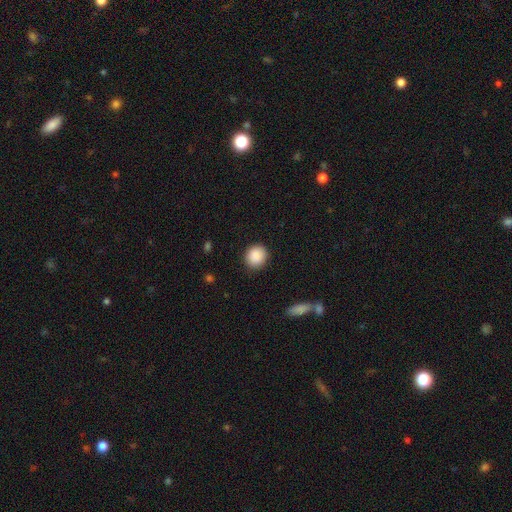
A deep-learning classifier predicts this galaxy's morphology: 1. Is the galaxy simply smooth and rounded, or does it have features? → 89% smooth, 8% star or artifact, 3% featured or disk.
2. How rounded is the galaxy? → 83% round, 16% in between, 1% cigar-shaped.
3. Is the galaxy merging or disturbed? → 89% none, 8% minor disturbance, 2% major disturbance, 1% merger.